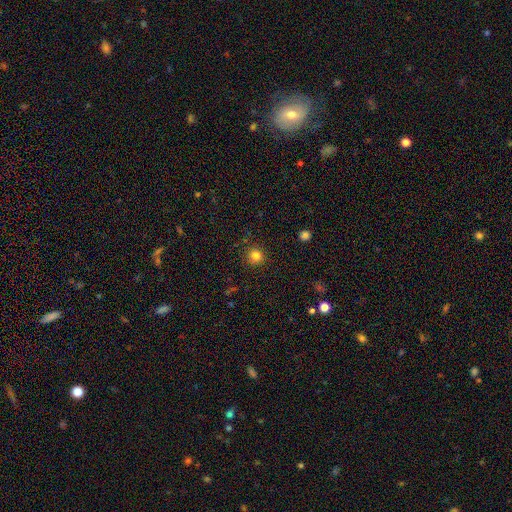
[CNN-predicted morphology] A smooth galaxy with no disk features (82%) that is round (93%). Merging: none (91%).